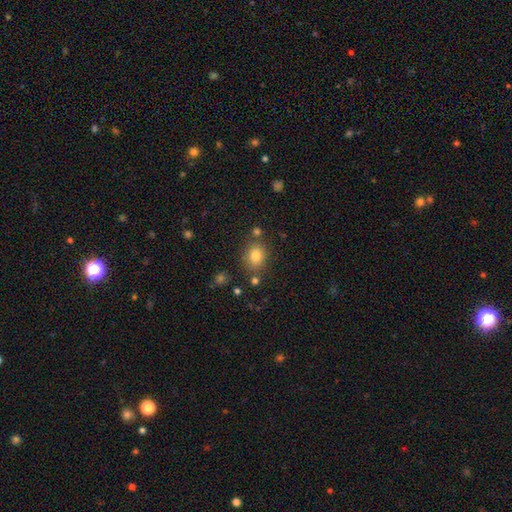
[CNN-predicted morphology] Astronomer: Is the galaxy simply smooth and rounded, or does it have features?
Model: smooth — 79%.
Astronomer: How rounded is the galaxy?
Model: round — 63%.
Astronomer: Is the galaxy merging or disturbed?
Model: none — 78%.